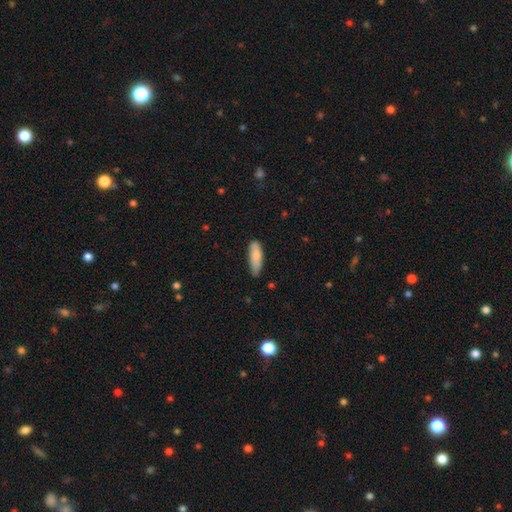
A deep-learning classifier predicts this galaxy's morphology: Smooth or featured: smooth — 81% (featured or disk — 13%)
How rounded: in between — 51% (cigar-shaped — 47%)
Merging: none — 70% (minor disturbance — 25%)